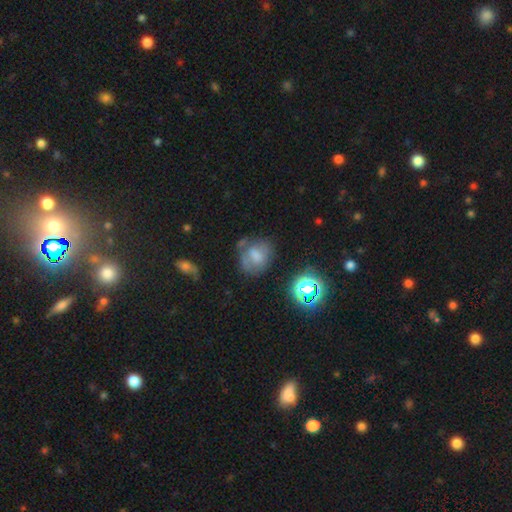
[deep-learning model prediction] smooth-or-featured: smooth: 53% | featured or disk: 30% | star or artifact: 16%
  how-rounded: round: 60% | in between: 38% | cigar-shaped: 1%
  merging: none: 52% | minor disturbance: 25% | major disturbance: 16% | merger: 7%